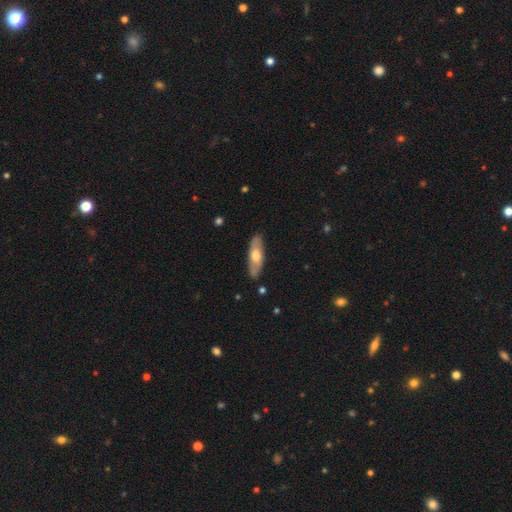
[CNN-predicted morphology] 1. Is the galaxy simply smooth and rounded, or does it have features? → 51% smooth, 44% featured or disk, 5% star or artifact.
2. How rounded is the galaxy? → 61% in between, 37% cigar-shaped, 2% round.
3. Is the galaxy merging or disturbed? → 85% none, 12% minor disturbance, 2% major disturbance, 1% merger.